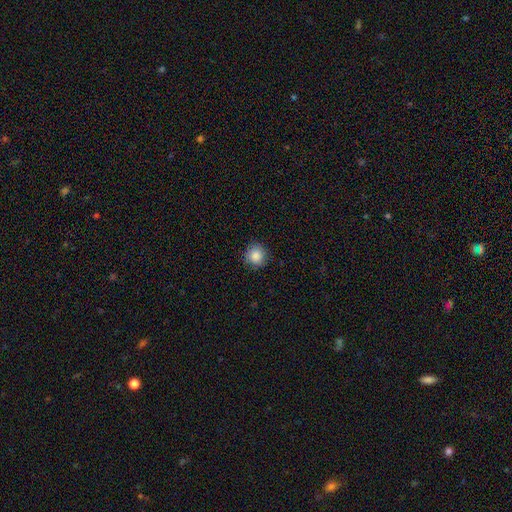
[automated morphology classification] Smooth or featured? smooth (86%)
How rounded? round (92%)
Merging? none (86%)